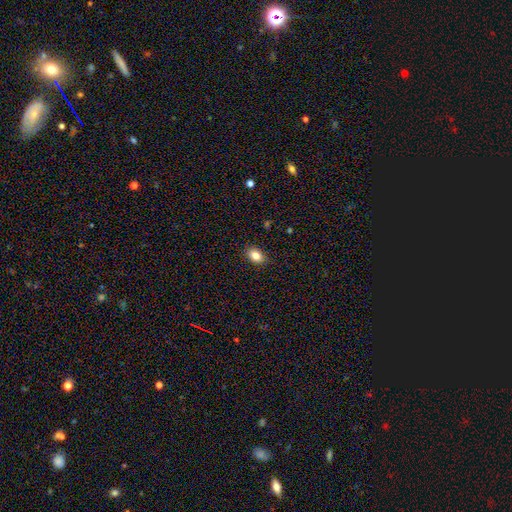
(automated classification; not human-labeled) Morphology: type=smooth (84%); roundness=in between (82%); merging=none (89%).